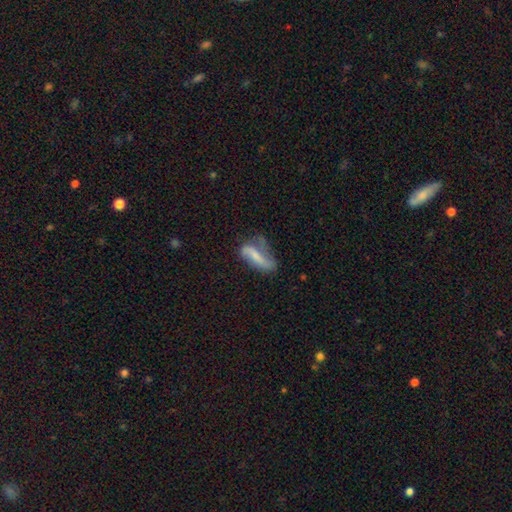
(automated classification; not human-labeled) Smooth or featured? Predicted: smooth (p=0.49). Merging? Predicted: none (p=0.35).